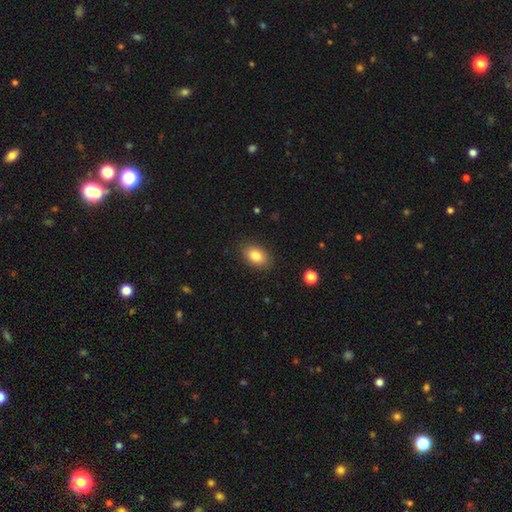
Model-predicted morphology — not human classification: Q: Smooth or featured?
A: smooth (83%); runner-up: star or artifact (8%)
Q: How rounded?
A: in between (86%); runner-up: round (12%)
Q: Merging?
A: none (87%); runner-up: minor disturbance (9%)